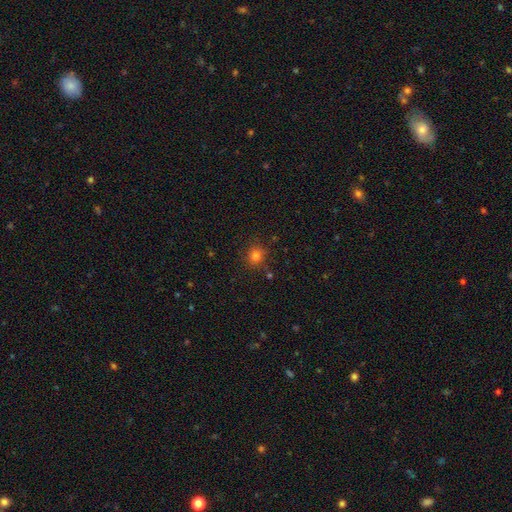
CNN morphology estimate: Smooth or featured? smooth (80%)
How rounded? round (87%)
Merging? none (84%)